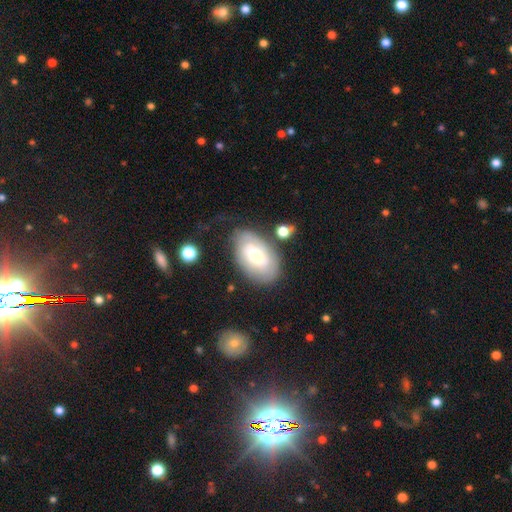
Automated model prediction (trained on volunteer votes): Smooth or featured? Predicted: featured or disk (p=0.53). Edge-on disk? Predicted: no (p=0.92). Merging? Predicted: none (p=0.70).